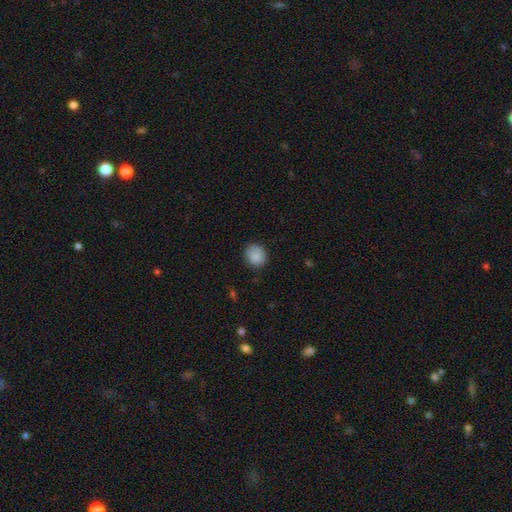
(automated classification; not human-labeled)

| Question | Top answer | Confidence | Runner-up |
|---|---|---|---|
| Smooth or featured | smooth | 87% | star or artifact (9%) |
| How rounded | round | 80% | in between (19%) |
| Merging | none | 86% | minor disturbance (10%) |